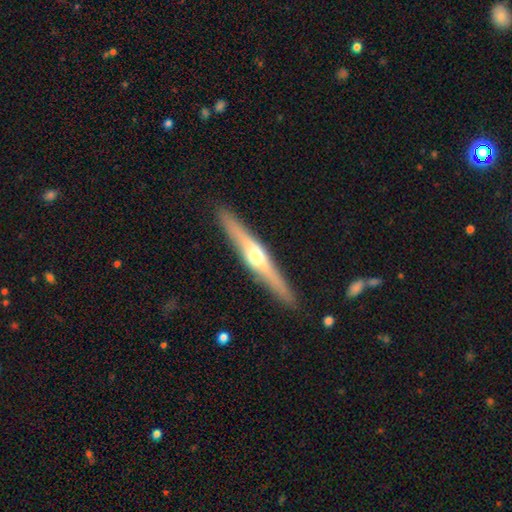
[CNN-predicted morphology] Smooth or featured? featured or disk (72%)
Edge-on disk? yes (97%)
Edge-on bulge? rounded (92%)
Merging? none (90%)